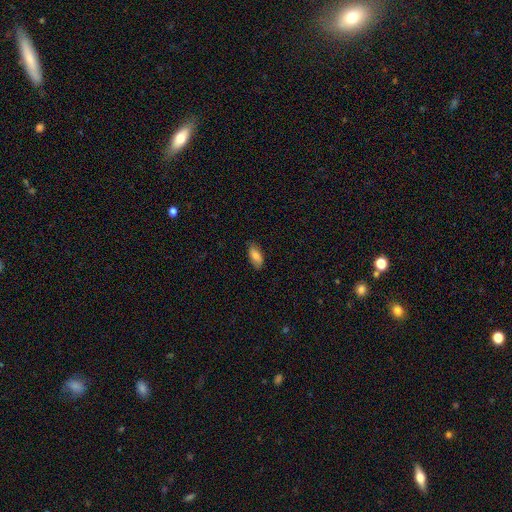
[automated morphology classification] Overall: smooth (78%). How rounded: in between (89%). Merging: none (83%).